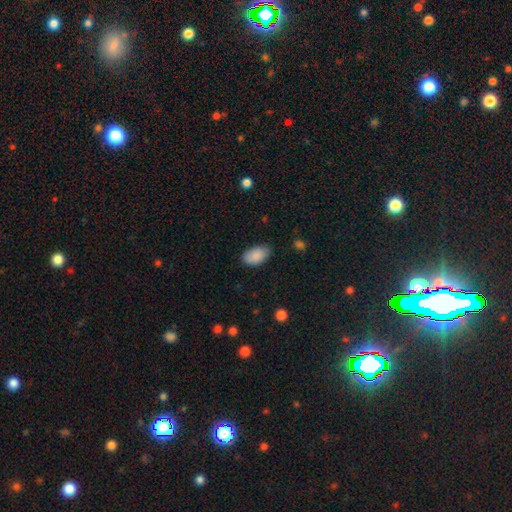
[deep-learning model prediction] Smooth or featured: smooth — 90% (star or artifact — 6%)
How rounded: in between — 94% (round — 4%)
Merging: none — 79% (minor disturbance — 17%)